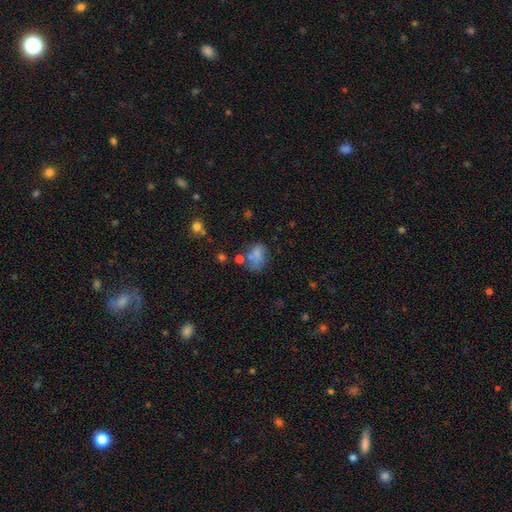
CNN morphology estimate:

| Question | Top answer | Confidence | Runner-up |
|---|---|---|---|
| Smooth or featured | smooth | 68% | featured or disk (18%) |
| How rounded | in between | 72% | round (26%) |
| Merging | none | 38% | minor disturbance (24%) |